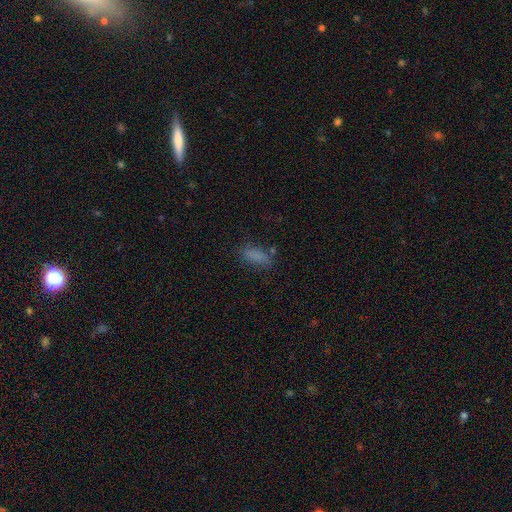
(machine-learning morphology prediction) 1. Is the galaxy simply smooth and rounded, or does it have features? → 80% smooth, 12% star or artifact, 8% featured or disk.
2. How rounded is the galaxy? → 71% in between, 25% cigar-shaped, 3% round.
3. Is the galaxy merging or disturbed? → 66% none, 20% minor disturbance, 8% major disturbance, 5% merger.